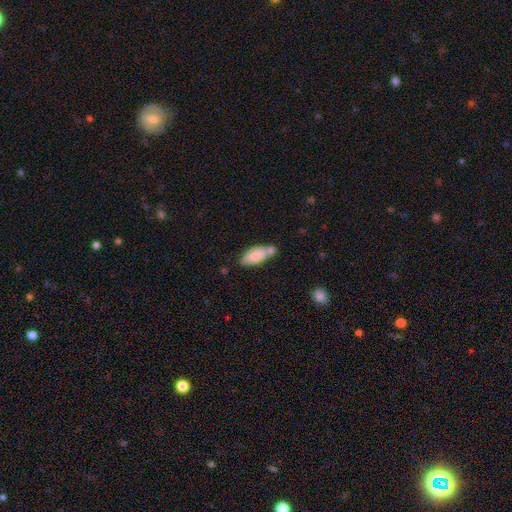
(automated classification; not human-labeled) Q: Smooth or featured?
A: smooth (79%); runner-up: featured or disk (14%)
Q: How rounded?
A: in between (84%); runner-up: cigar-shaped (14%)
Q: Merging?
A: none (42%); runner-up: merger (33%)